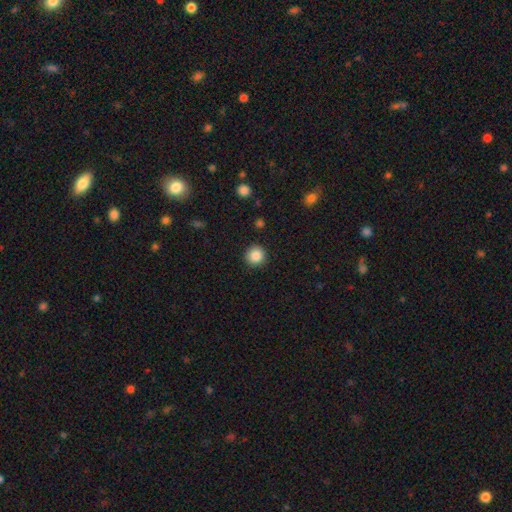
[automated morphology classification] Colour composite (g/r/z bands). It shows a smooth galaxy with no disk features (87%) that is round (94%). Merging: none (91%).